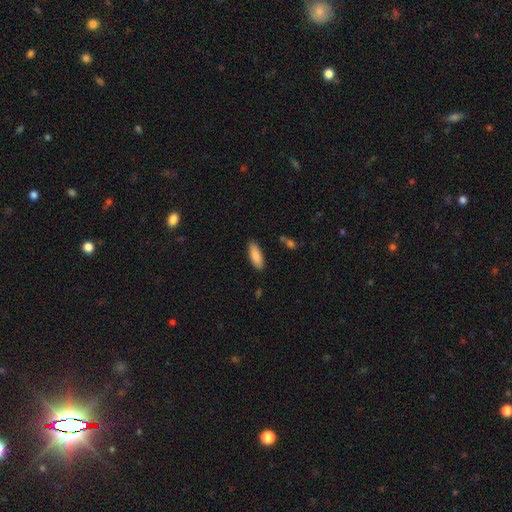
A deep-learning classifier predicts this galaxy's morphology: This appears to be a smooth galaxy with no disk features (87%) that is in between round and cigar-shaped (72%). Merging: none (87%).